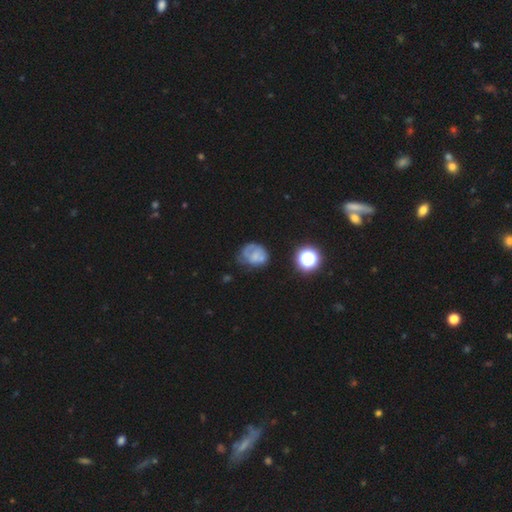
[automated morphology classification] smooth 47%, featured or disk 38%, star or artifact 14%. Down the decision tree: merging — none (38%).